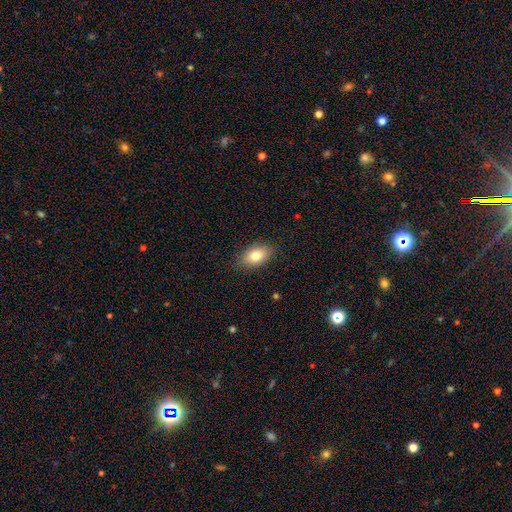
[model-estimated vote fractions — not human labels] Morphology: type=smooth (80%); roundness=in between (88%); merging=none (85%).